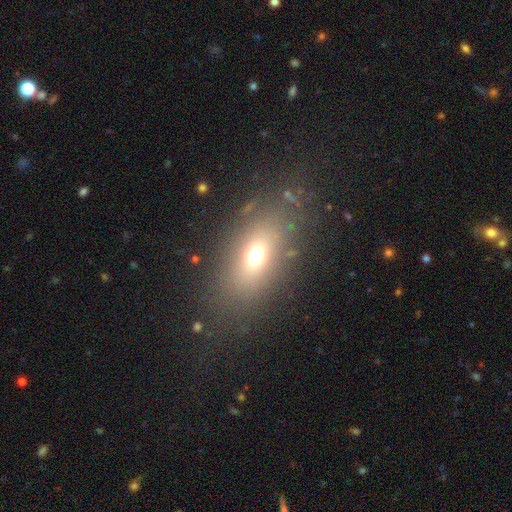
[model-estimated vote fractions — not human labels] smooth-or-featured: smooth: 65% | featured or disk: 19% | star or artifact: 16%
  how-rounded: in between: 75% | round: 16% | cigar-shaped: 8%
  merging: none: 79% | minor disturbance: 11% | major disturbance: 7% | merger: 2%